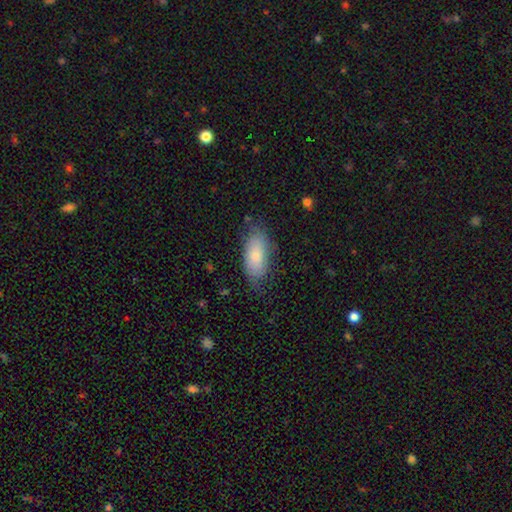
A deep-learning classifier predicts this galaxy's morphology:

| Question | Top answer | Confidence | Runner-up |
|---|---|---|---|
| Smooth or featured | smooth | 77% | featured or disk (17%) |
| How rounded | in between | 88% | cigar-shaped (9%) |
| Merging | none | 68% | minor disturbance (24%) |